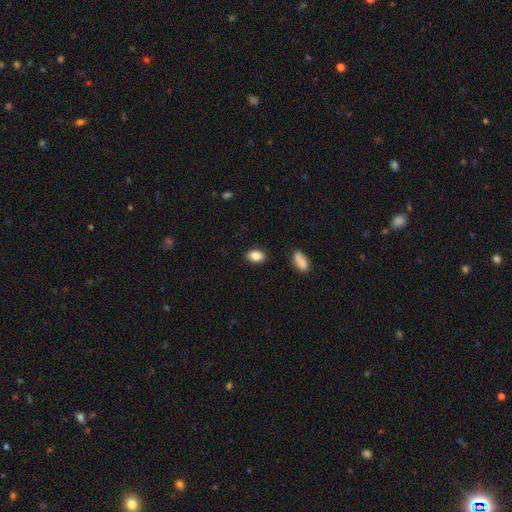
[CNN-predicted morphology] Smooth or featured? Predicted: smooth (p=0.87). How rounded? Predicted: in between (p=0.84). Merging? Predicted: none (p=0.86).